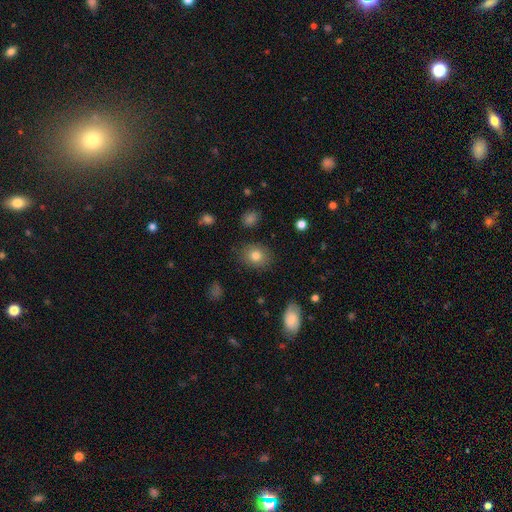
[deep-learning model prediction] Overall: smooth (80%). How rounded: round (59%; in between 40%). Merging: none (86%).